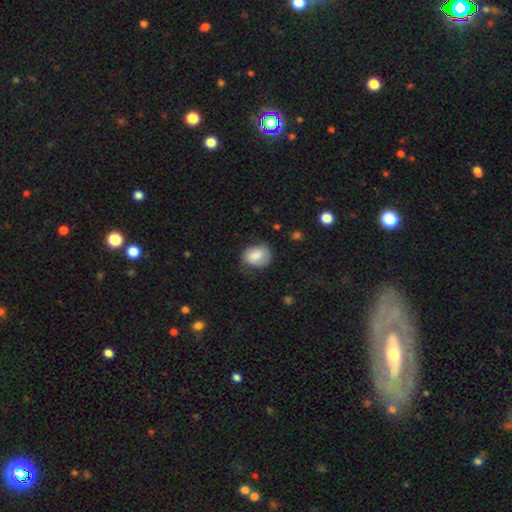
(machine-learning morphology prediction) Smooth or featured? smooth (75%)
How rounded? in between (57%)
Merging? none (57%)